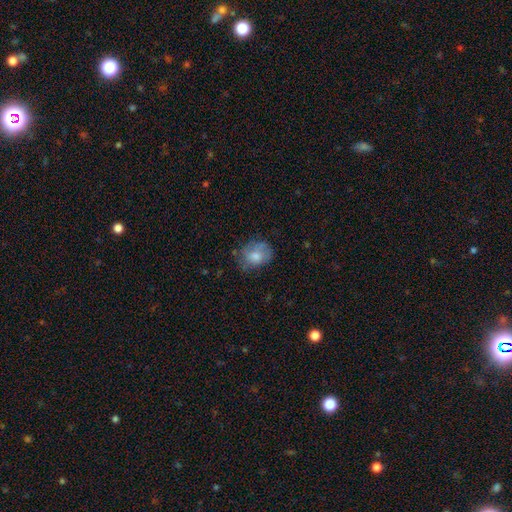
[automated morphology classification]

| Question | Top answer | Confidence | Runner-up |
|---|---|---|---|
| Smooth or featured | smooth | 72% | featured or disk (20%) |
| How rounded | round | 51% | in between (48%) |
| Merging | none | 57% | minor disturbance (28%) |